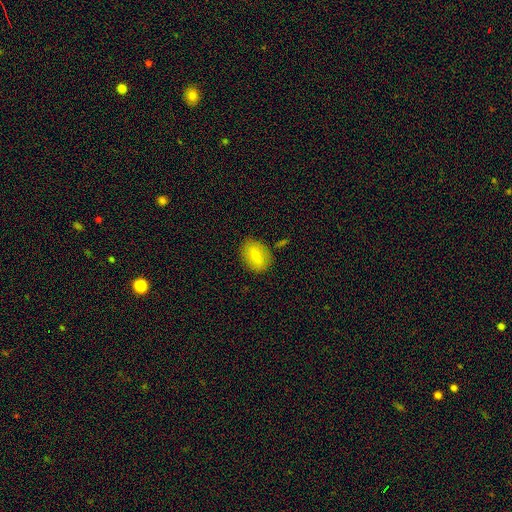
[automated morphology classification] type=smooth (74%); roundness=in between (77%); merging=none (82%).